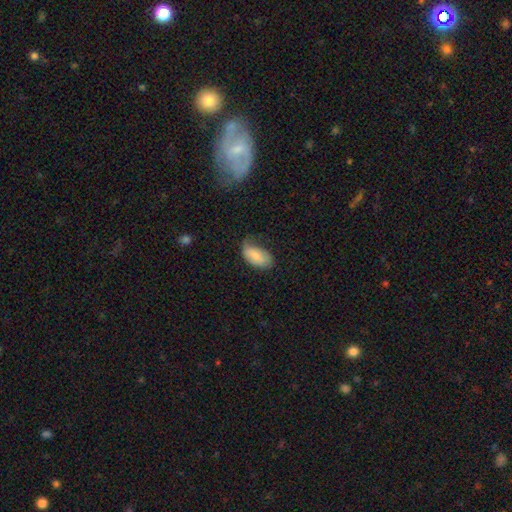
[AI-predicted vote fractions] Smooth or featured? Predicted: smooth (p=0.78). How rounded? Predicted: in between (p=0.94). Merging? Predicted: minor disturbance (p=0.41, tied with none).